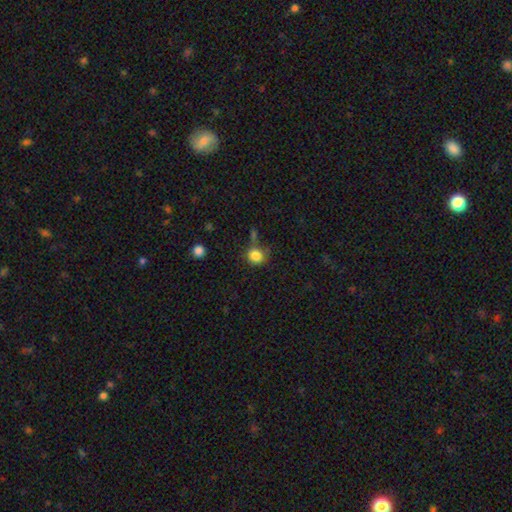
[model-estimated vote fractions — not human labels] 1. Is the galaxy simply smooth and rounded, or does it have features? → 85% smooth, 10% star or artifact, 5% featured or disk.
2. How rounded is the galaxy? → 81% round, 18% in between, 1% cigar-shaped.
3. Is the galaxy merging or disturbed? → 66% none, 18% minor disturbance, 10% merger, 7% major disturbance.